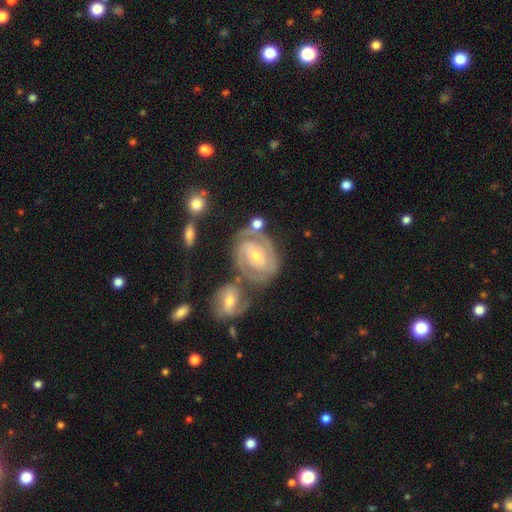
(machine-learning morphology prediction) smooth_or_featured: featured or disk (p=0.86) [alt: smooth p=0.09]
disk_edge_on: no (p=0.97) [alt: yes p=0.03]
bar: weak (p=0.43) [alt: no p=0.36]
has_spiral_arms: yes (p=0.96) [alt: no p=0.04]
spiral_winding: tight (p=0.69) [alt: medium p=0.26]
spiral_arm_count: 2 (p=0.60) [alt: can't tell p=0.16]
bulge_size: small (p=0.55) [alt: moderate p=0.41]
merging: none (p=0.53) [alt: merger p=0.24]